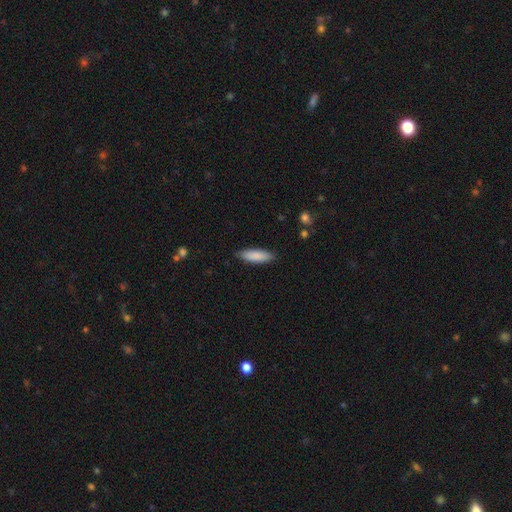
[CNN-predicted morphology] smooth_or_featured: smooth (p=0.87) [alt: featured or disk p=0.07]
how_rounded: cigar-shaped (p=0.54) [alt: in between p=0.44]
merging: none (p=0.87) [alt: minor disturbance p=0.10]